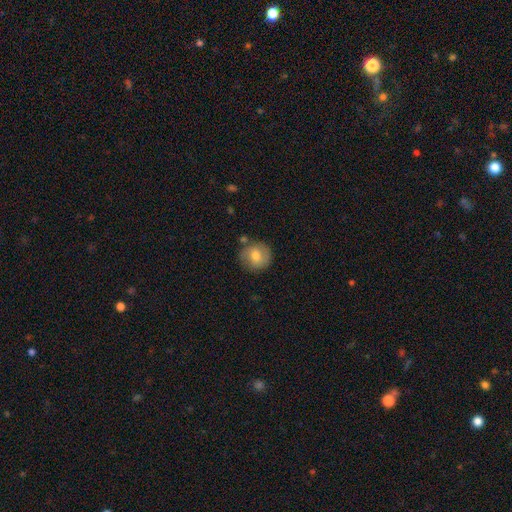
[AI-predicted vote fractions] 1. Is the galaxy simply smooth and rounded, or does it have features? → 68% smooth, 25% featured or disk, 8% star or artifact.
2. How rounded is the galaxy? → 90% round, 9% in between, 1% cigar-shaped.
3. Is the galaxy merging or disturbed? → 78% none, 14% minor disturbance, 5% merger, 4% major disturbance.